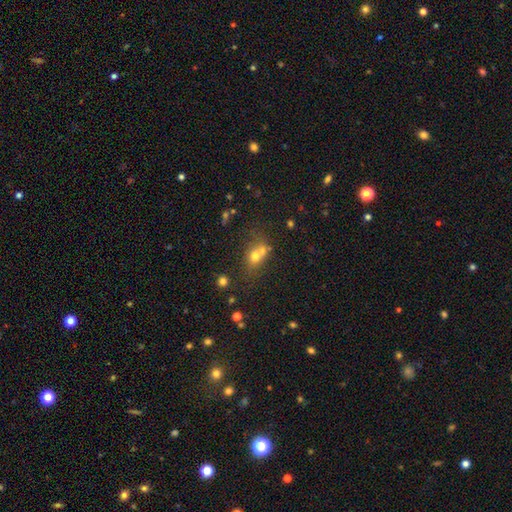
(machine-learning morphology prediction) The model was most divided on "merging": merger: 49%, none: 36%, minor disturbance: 9%, major disturbance: 5%. More confident: smooth or featured — smooth (65%); how rounded — round (61%).